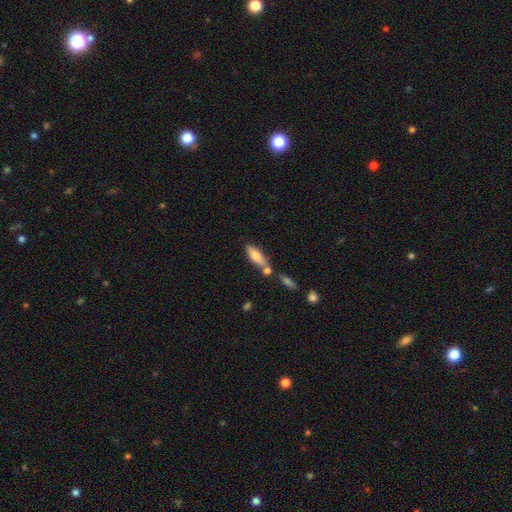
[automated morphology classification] Smooth or featured: smooth — 76% (featured or disk — 17%)
How rounded: in between — 68% (cigar-shaped — 30%)
Merging: none — 54% (merger — 27%)